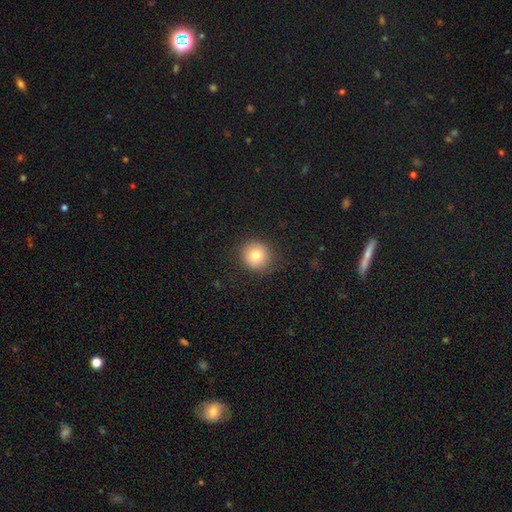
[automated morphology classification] A smooth galaxy with no disk features (79%) that is round (92%). Merging: none (84%).